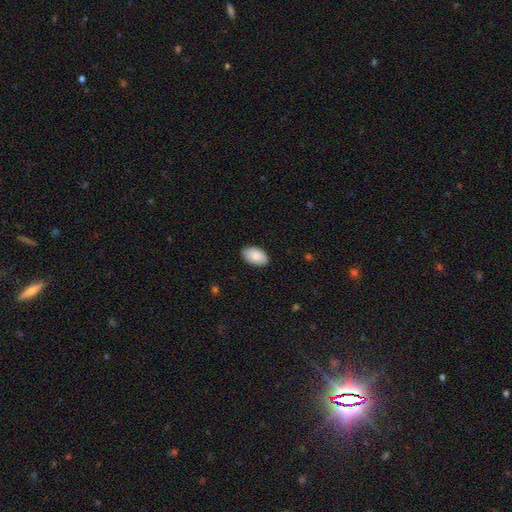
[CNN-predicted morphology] Smooth or featured? smooth (87%)
How rounded? in between (94%)
Merging? none (88%)